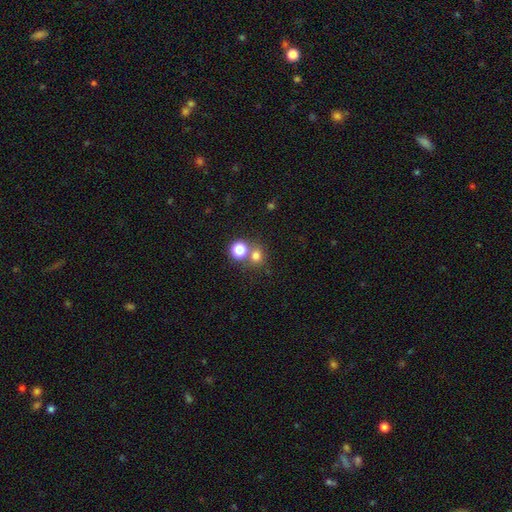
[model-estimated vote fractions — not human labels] Smooth or featured? Predicted: smooth (p=0.74). How rounded? Predicted: round (p=0.83). Merging? Predicted: none (p=0.57).